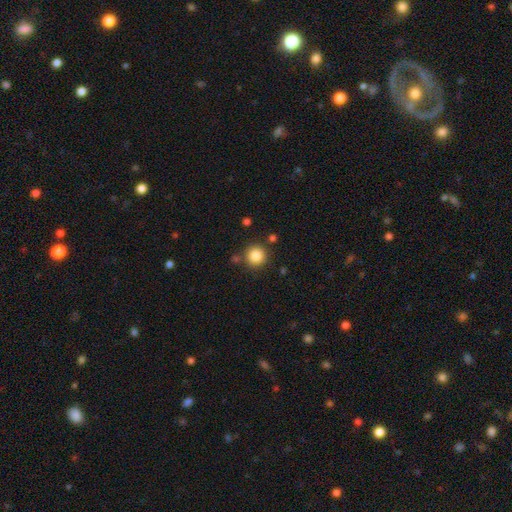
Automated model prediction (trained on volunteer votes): A smooth galaxy with no disk features (86%) that is round (94%). Merging: none (84%).